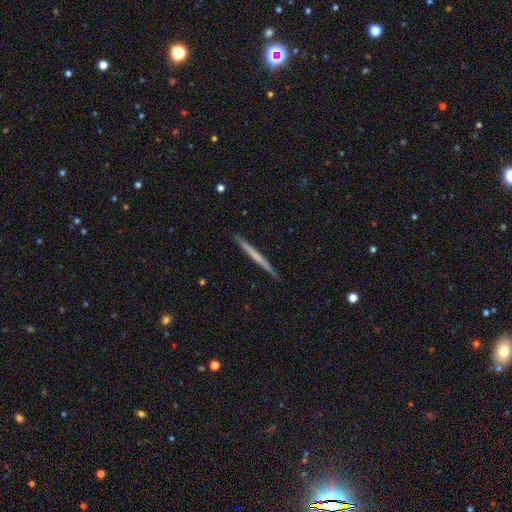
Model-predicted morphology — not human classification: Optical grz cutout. It shows a smooth galaxy with no disk features (48%). Merging: none (92%).